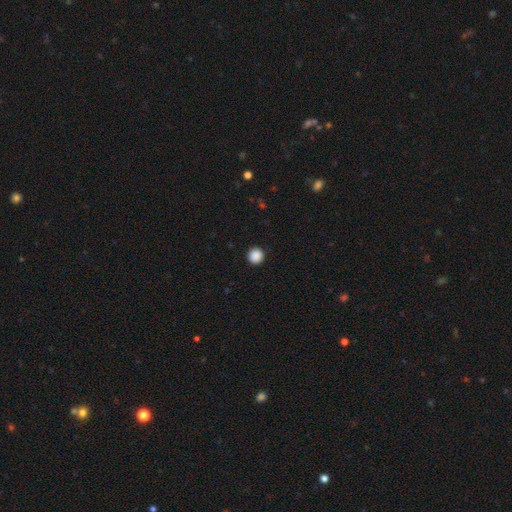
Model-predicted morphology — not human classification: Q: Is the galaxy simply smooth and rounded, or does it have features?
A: smooth — 89%.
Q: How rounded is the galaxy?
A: round — 95%.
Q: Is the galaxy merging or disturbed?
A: none — 93%.